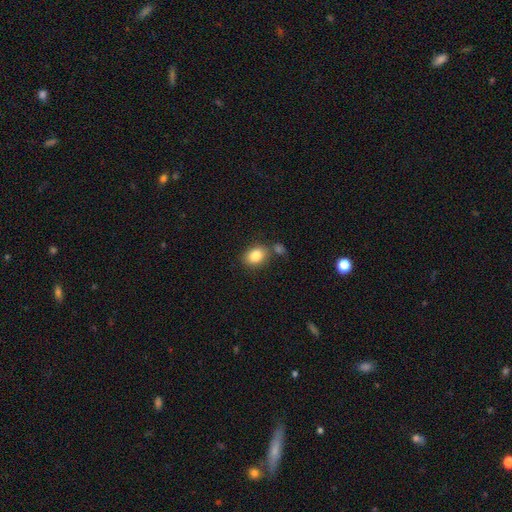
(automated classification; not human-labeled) smooth-or-featured: smooth: 84% | star or artifact: 9% | featured or disk: 8%
  how-rounded: in between: 66% | round: 32% | cigar-shaped: 1%
  merging: none: 70% | merger: 13% | minor disturbance: 13% | major disturbance: 4%